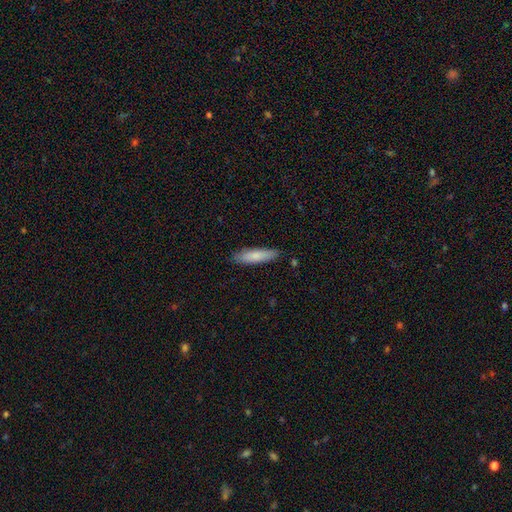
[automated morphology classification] smooth-or-featured: smooth: 80% | featured or disk: 14% | star or artifact: 6%
  how-rounded: cigar-shaped: 69% | in between: 29% | round: 1%
  merging: none: 84% | minor disturbance: 12% | major disturbance: 2% | merger: 1%